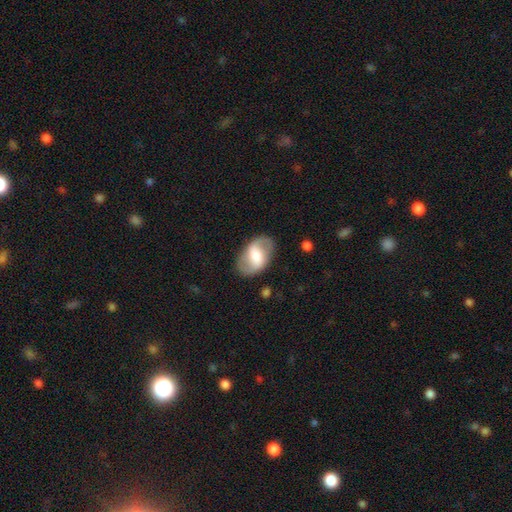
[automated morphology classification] Q: Smooth or featured?
A: featured or disk (61%); runner-up: smooth (33%)
Q: Edge-on disk?
A: no (95%); runner-up: yes (5%)
Q: Bar?
A: weak (40%); tied with: strong (40%)
Q: Spiral arms?
A: yes (74%); runner-up: no (26%)
Q: Bulge size?
A: moderate (46%); runner-up: small (24%)
Q: Merging?
A: none (81%); runner-up: minor disturbance (12%)